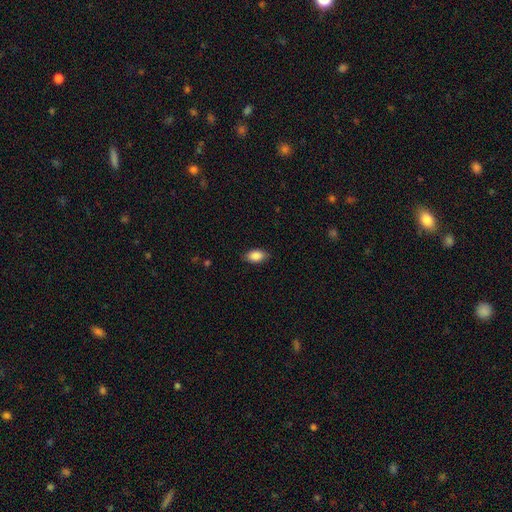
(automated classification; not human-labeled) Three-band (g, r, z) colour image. It shows a smooth galaxy with no disk features (88%) that is in between round and cigar-shaped (91%). Merging: none (84%).